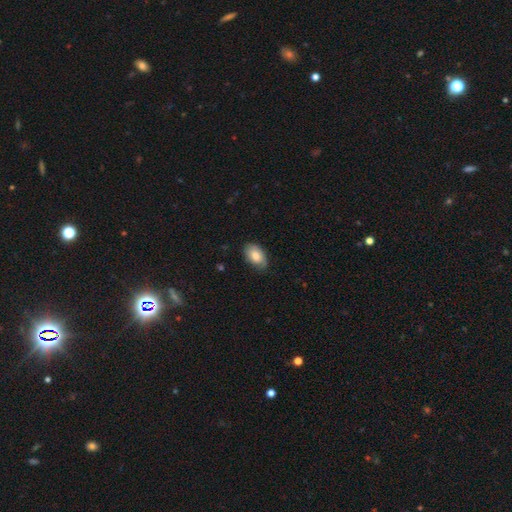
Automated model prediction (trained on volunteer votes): A smooth galaxy with no disk features (81%) that is in between round and cigar-shaped (91%). Merging: none (72%).